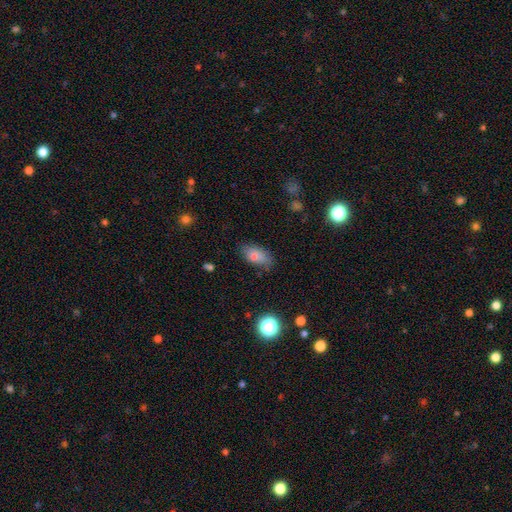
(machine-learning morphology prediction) Overall: smooth (79%). How rounded: in between (90%). Merging: none (72%).